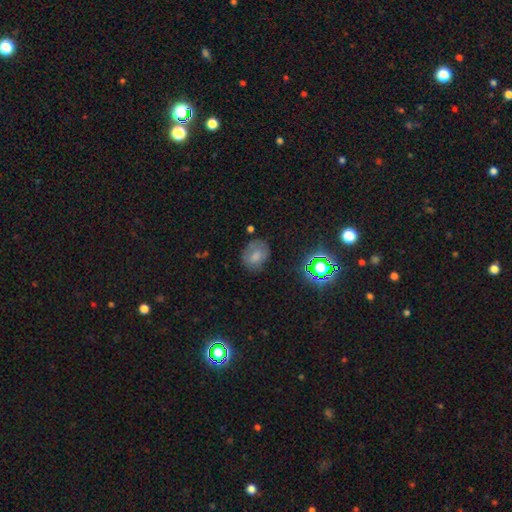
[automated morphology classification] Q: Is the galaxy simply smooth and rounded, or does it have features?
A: smooth — 69%.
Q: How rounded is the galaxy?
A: round — 57%.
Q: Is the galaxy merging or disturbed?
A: none — 65%.